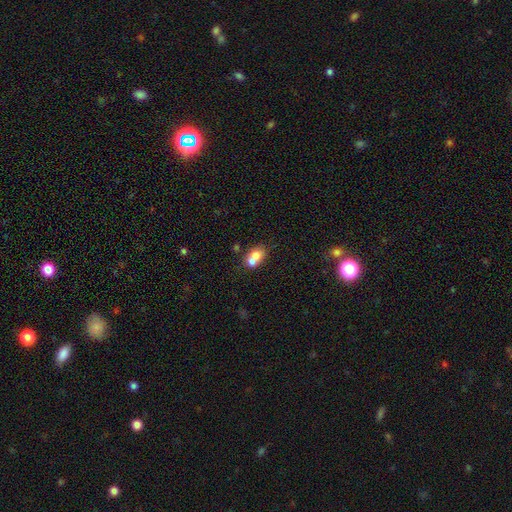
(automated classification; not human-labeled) A smooth galaxy with no disk features (69%) that is round (53%).

Vote fractions:
- Smooth or featured? smooth: 69% / featured or disk: 21% / star or artifact: 10%
- How rounded? round: 53% / in between: 46% / cigar-shaped: 1%
- Merging? merger: 63% / none: 27% / minor disturbance: 7% / major disturbance: 3%